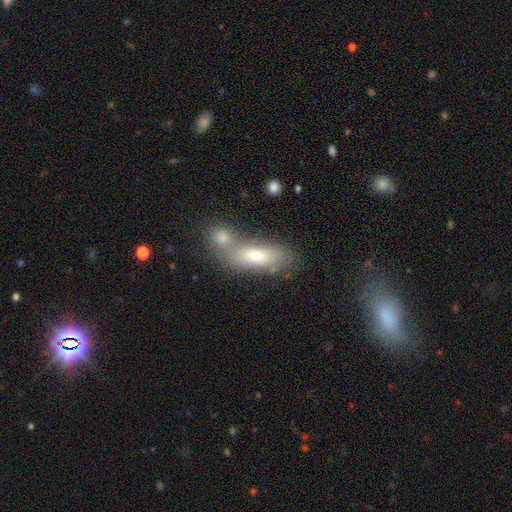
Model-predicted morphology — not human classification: Smooth or featured?
  - smooth: 71% *
  - featured or disk: 21%
  - star or artifact: 8%
How rounded?
  - in between: 76% *
  - cigar-shaped: 20%
  - round: 4%
Merging?
  - merger: 46% *
  - none: 38%
  - minor disturbance: 11%
  - major disturbance: 5%